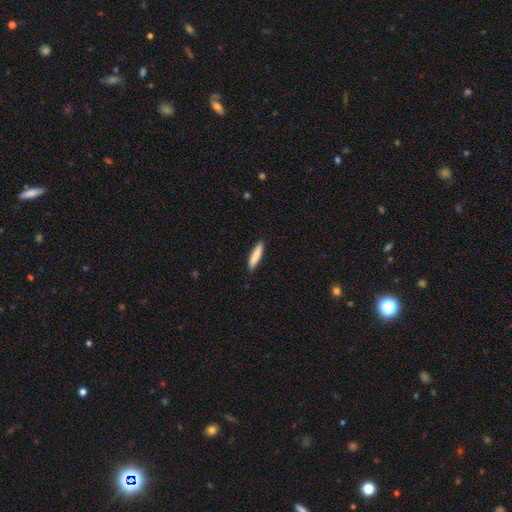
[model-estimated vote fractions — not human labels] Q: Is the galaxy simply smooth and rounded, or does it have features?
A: smooth — 84%.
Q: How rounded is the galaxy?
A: cigar-shaped — 87%.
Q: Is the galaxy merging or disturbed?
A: none — 89%.